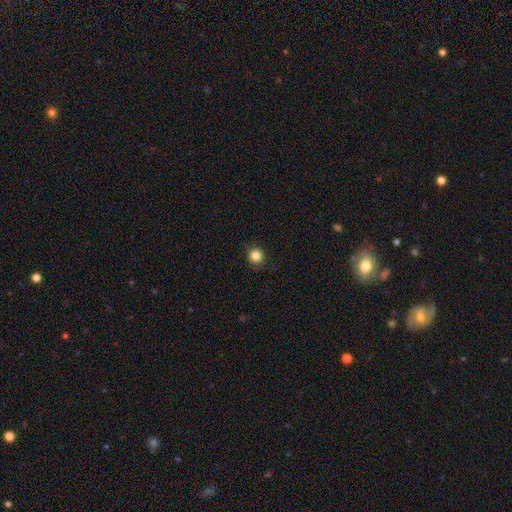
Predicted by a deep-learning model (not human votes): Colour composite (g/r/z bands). It shows a smooth galaxy with no disk features (85%) that is round (92%). Merging: none (90%).